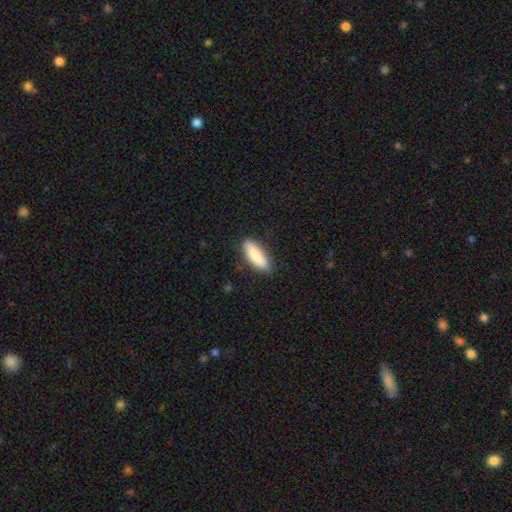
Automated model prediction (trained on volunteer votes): Q: Smooth or featured?
A: smooth (86%); runner-up: featured or disk (9%)
Q: How rounded?
A: in between (58%); runner-up: cigar-shaped (40%)
Q: Merging?
A: none (84%); runner-up: minor disturbance (13%)